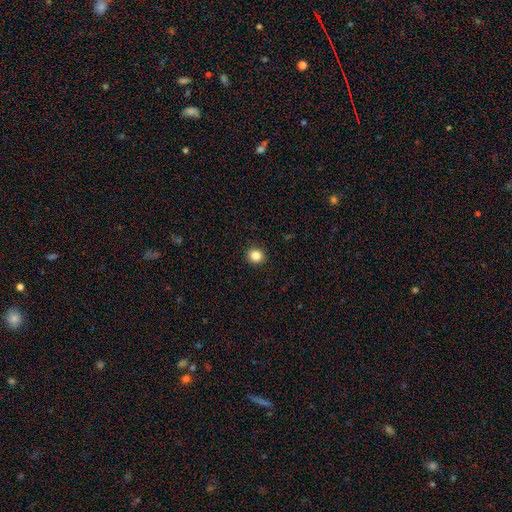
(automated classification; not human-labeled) Smooth or featured? Predicted: smooth (p=0.85). How rounded? Predicted: round (p=0.87). Merging? Predicted: none (p=0.93).